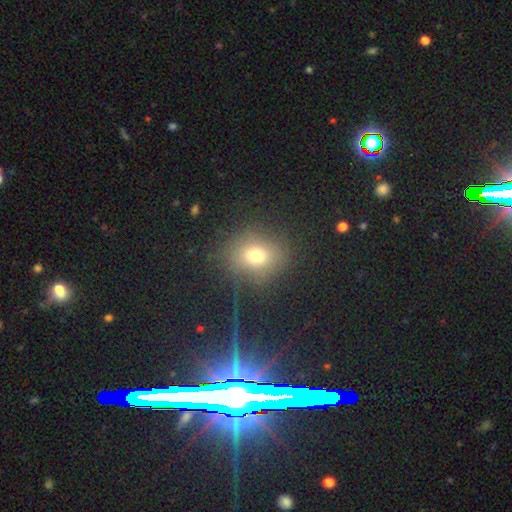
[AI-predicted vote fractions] Smooth or featured?
  - smooth: 70% *
  - star or artifact: 19%
  - featured or disk: 11%
How rounded?
  - round: 69% *
  - in between: 29%
  - cigar-shaped: 2%
Merging?
  - none: 78% *
  - minor disturbance: 12%
  - major disturbance: 8%
  - merger: 3%